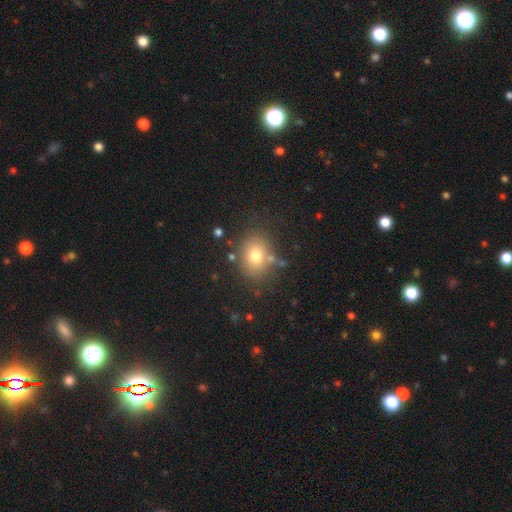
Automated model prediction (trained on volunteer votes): Smooth or featured: smooth — 75% (star or artifact — 12%)
How rounded: in between — 53% (round — 46%)
Merging: none — 78% (minor disturbance — 12%)